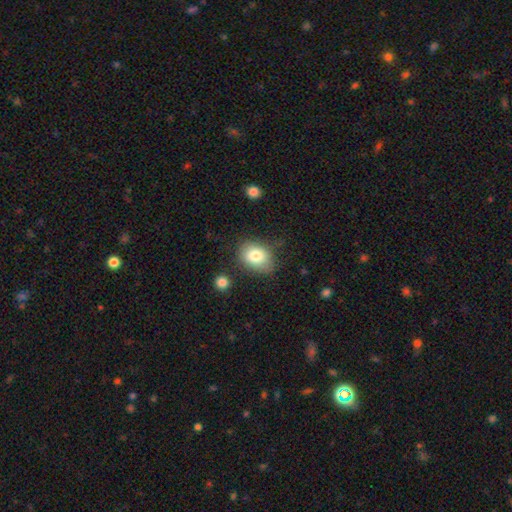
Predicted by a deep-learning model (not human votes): Morphology: type=smooth (80%); roundness=in between (66%); merging=none (72%).